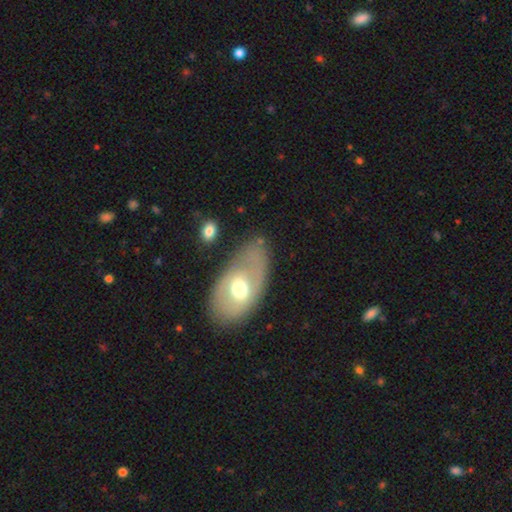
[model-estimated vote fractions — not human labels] Morphology: type=featured or disk (47%); merging=none (62%).